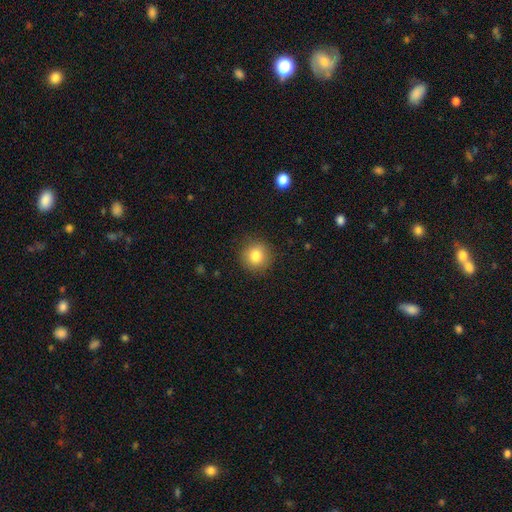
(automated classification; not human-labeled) Smooth or featured: smooth — 83% (star or artifact — 10%)
How rounded: round — 91% (in between — 8%)
Merging: none — 89% (minor disturbance — 7%)